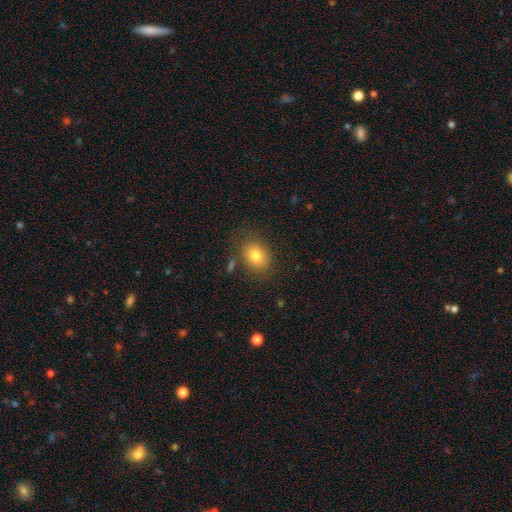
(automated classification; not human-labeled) Overall: smooth (79%). How rounded: in between (58%; round 41%). Merging: none (76%).